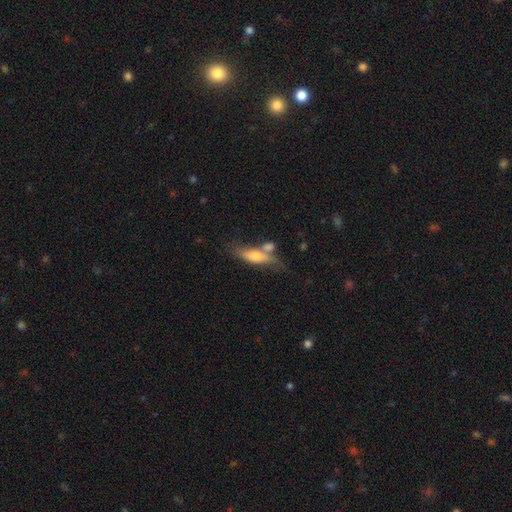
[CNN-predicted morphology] This is possibly a smooth galaxy (60%). How rounded: possibly cigar-shaped (50%). Merging: marginally none (44%).